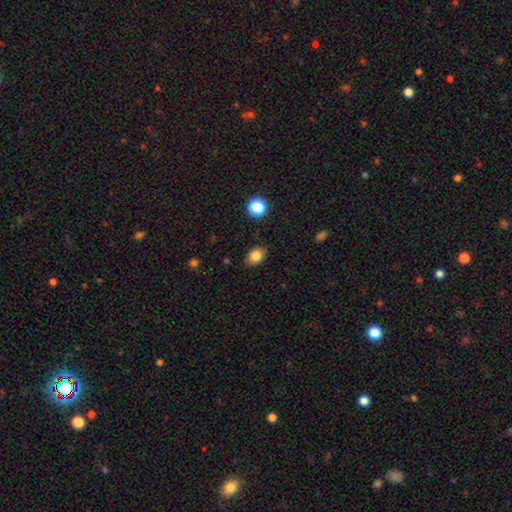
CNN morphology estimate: smooth_or_featured: smooth (p=0.83) [alt: star or artifact p=0.10]
how_rounded: in between (p=0.72) [alt: round p=0.27]
merging: none (p=0.85) [alt: minor disturbance p=0.11]